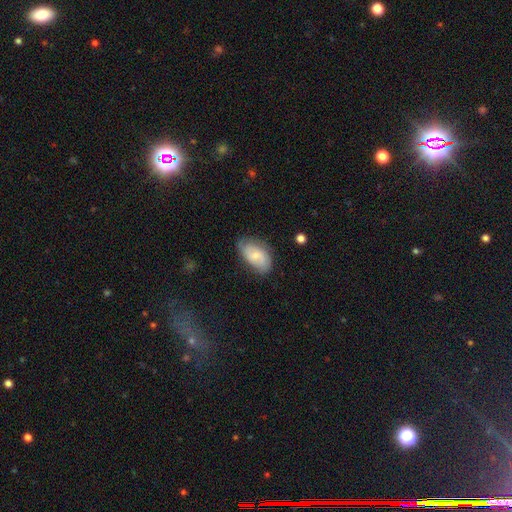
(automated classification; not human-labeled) A smooth galaxy with no disk features (51%) that is in between round and cigar-shaped (93%).

Vote fractions:
- Smooth or featured? smooth: 51% / featured or disk: 42% / star or artifact: 7%
- How rounded? in between: 93% / round: 5% / cigar-shaped: 2%
- Merging? none: 68% / minor disturbance: 25% / major disturbance: 6% / merger: 1%